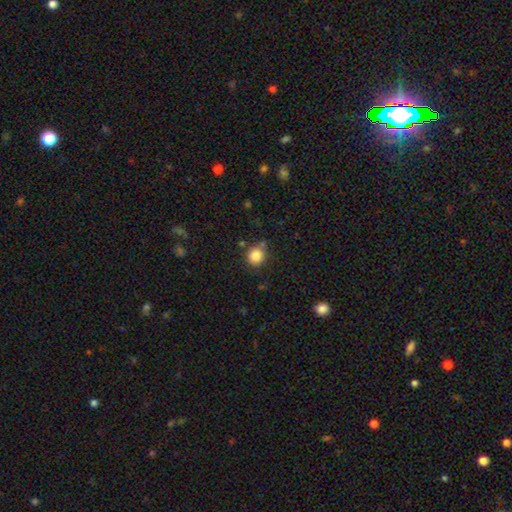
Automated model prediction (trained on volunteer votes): Morphology: type=smooth (84%); roundness=round (89%); merging=none (78%).